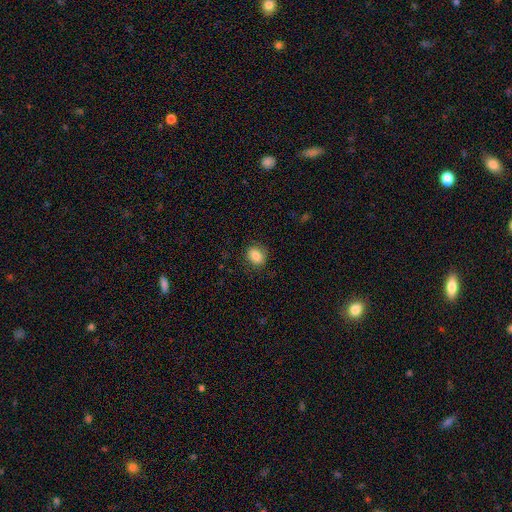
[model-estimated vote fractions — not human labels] Q: Smooth or featured?
A: smooth (82%); runner-up: featured or disk (9%)
Q: How rounded?
A: round (52%); runner-up: in between (47%)
Q: Merging?
A: none (81%); runner-up: minor disturbance (14%)